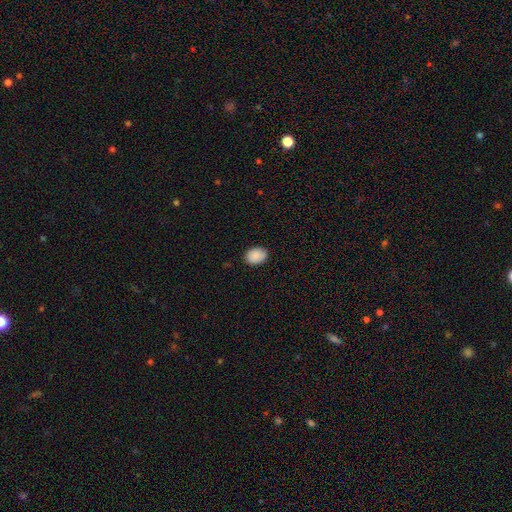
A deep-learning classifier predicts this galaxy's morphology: Q: Smooth or featured?
A: smooth (89%); runner-up: star or artifact (7%)
Q: How rounded?
A: in between (68%); runner-up: round (31%)
Q: Merging?
A: none (87%); runner-up: minor disturbance (10%)